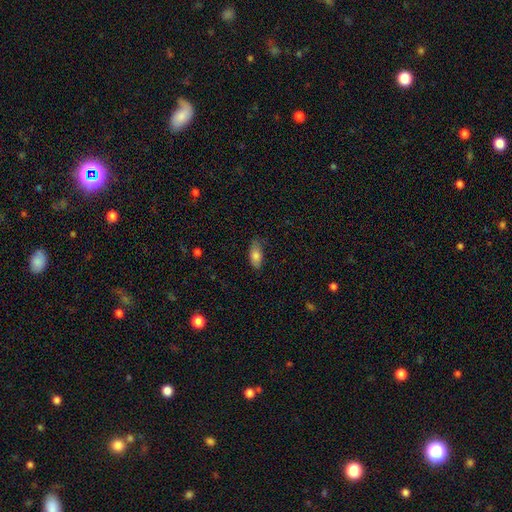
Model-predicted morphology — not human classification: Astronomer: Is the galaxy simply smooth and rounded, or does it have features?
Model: smooth — 79%.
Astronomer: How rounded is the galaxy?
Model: in between — 85%.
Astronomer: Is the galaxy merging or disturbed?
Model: none — 76%.